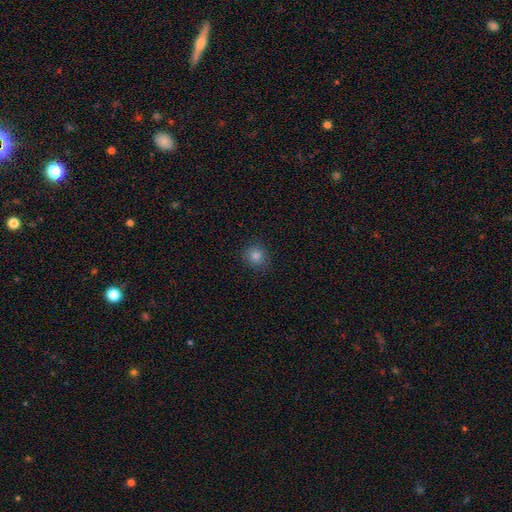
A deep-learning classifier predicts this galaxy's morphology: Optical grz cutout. It shows a smooth galaxy with no disk features (82%) that is round (87%). Merging: none (86%).